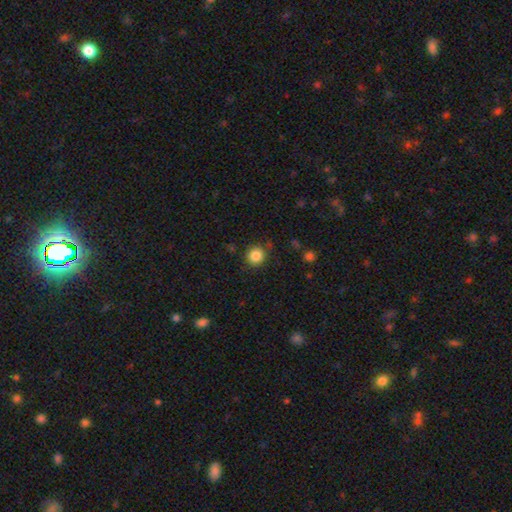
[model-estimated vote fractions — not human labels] This appears to be a smooth galaxy with no disk features (85%) that is round (88%). Merging: none (83%).